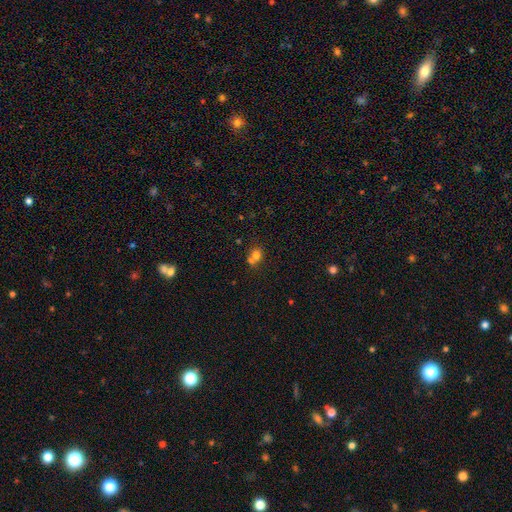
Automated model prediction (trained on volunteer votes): The model was most divided on "merging": merger: 49%, none: 39%, minor disturbance: 9%, major disturbance: 4%. More confident: how rounded — round (75%); smooth or featured — smooth (73%).